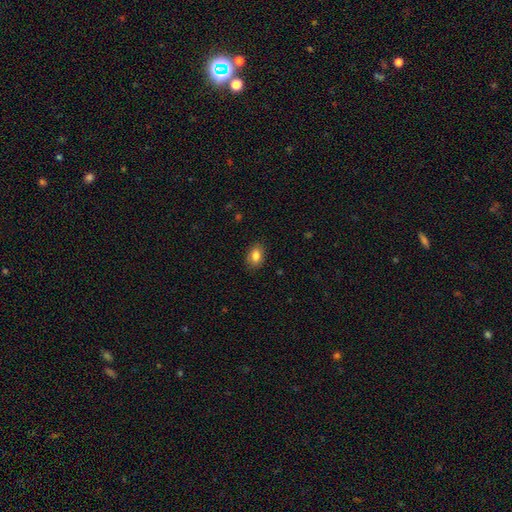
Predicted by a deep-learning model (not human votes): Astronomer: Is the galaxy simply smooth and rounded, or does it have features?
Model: smooth — 84%.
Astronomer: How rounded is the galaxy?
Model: in between — 81%.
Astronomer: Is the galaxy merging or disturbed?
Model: none — 86%.